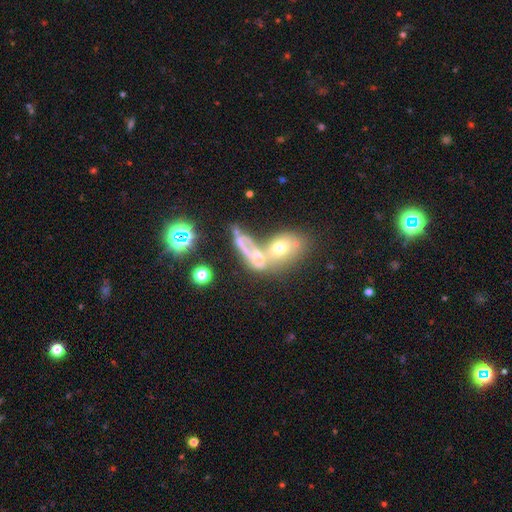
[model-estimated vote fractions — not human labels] smooth-or-featured: featured or disk: 44% | smooth: 39% | star or artifact: 17%
  merging: merger: 62% | none: 16% | major disturbance: 14% | minor disturbance: 9%